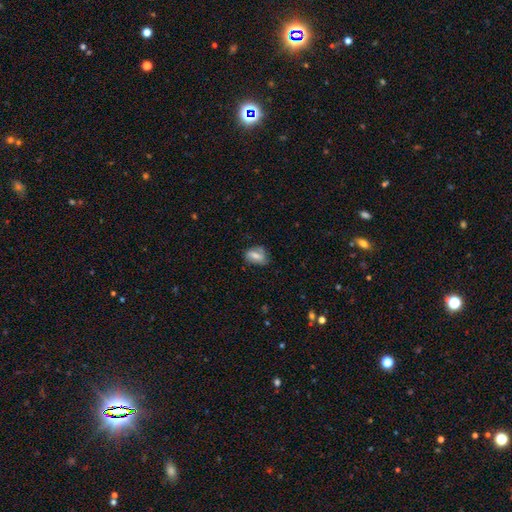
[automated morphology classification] The model was most divided on "smooth or featured": smooth: 55%, featured or disk: 36%, star or artifact: 9%. More confident: how rounded — in between (76%); merging — none (64%).